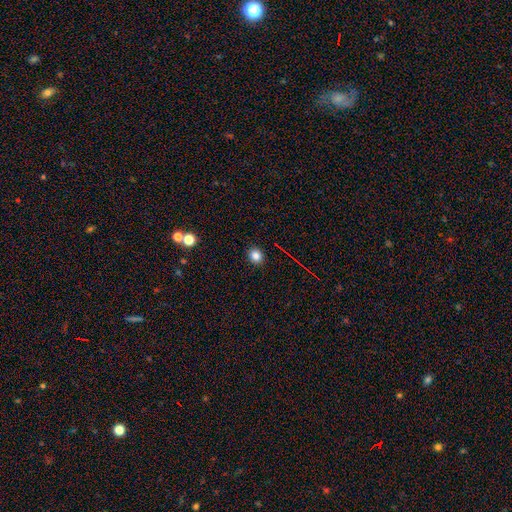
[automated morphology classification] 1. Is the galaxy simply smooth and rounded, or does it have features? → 81% smooth, 13% star or artifact, 6% featured or disk.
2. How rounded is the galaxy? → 80% round, 19% in between, 1% cigar-shaped.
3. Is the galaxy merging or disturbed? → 90% none, 6% minor disturbance, 2% major disturbance, 1% merger.